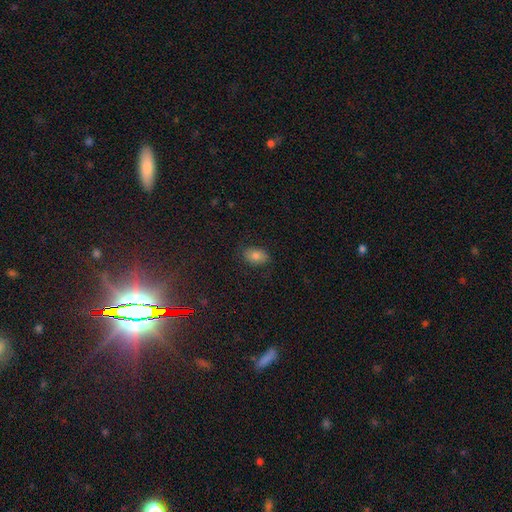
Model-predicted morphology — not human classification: Overall: smooth (77%). How rounded: in between (85%). Merging: none (82%).